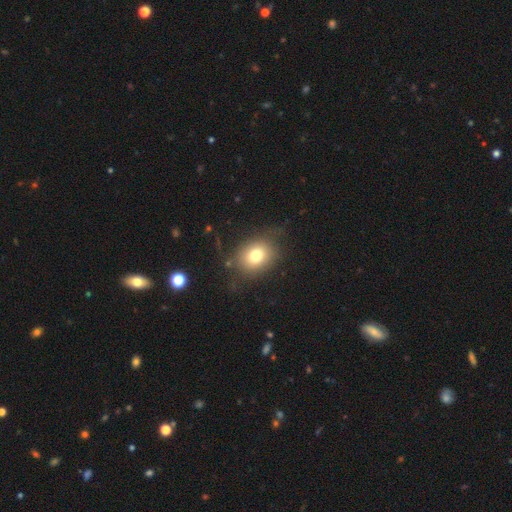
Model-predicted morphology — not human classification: smooth-or-featured: smooth: 74% | featured or disk: 14% | star or artifact: 12%
  how-rounded: round: 55% | in between: 44% | cigar-shaped: 1%
  merging: none: 73% | minor disturbance: 17% | major disturbance: 8% | merger: 2%